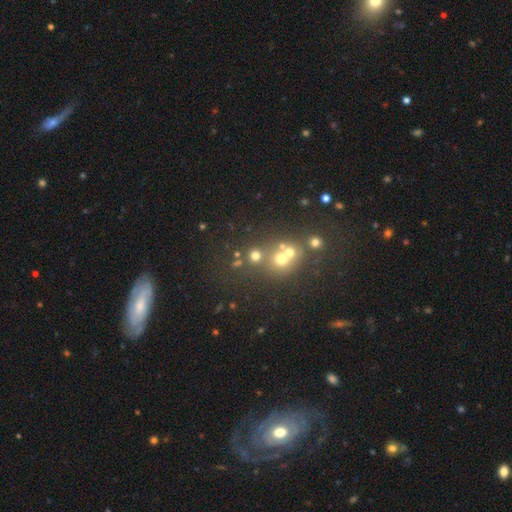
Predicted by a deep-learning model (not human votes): smooth_or_featured: smooth (p=0.44) [alt: star or artifact p=0.36]
merging: none (p=0.47) [alt: merger p=0.38]